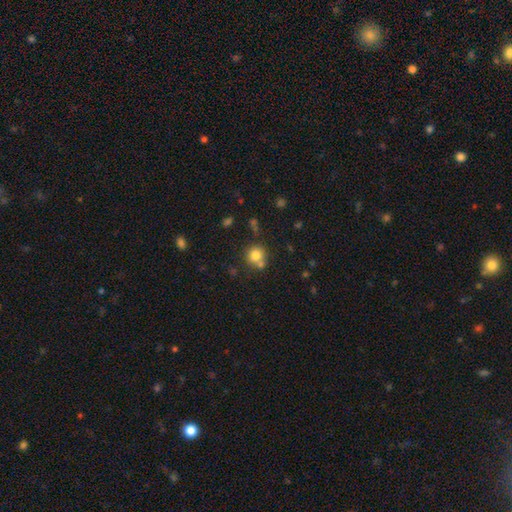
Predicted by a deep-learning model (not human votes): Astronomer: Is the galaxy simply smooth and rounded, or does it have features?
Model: smooth — 79%.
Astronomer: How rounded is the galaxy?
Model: round — 89%.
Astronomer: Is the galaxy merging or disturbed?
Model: none — 62%.